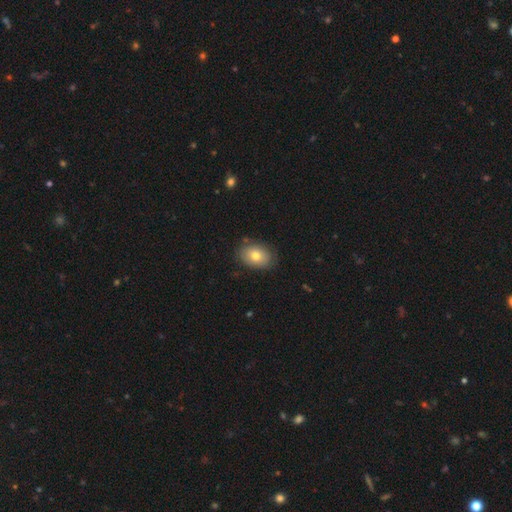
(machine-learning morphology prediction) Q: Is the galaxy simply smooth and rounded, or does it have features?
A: smooth — 76%.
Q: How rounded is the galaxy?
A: in between — 80%.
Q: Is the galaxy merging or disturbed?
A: none — 83%.